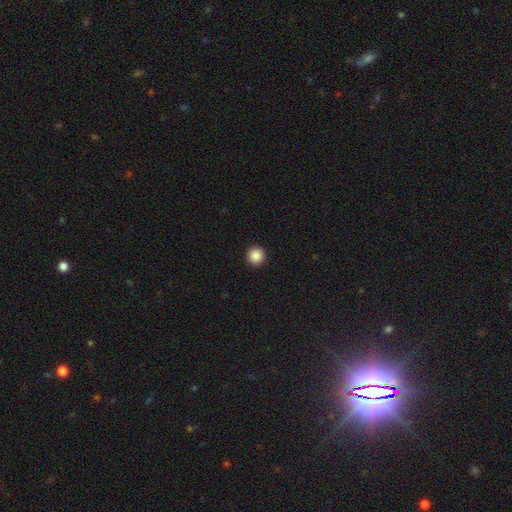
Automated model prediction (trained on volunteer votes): This is clearly a smooth galaxy (88%). How rounded: clearly round (96%). Merging: clearly none (94%).